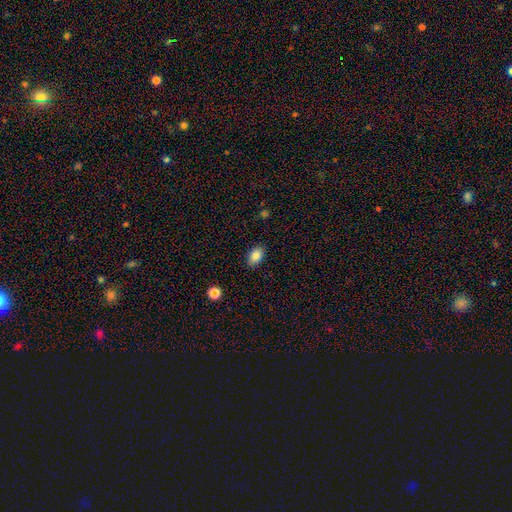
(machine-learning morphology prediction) Smooth or featured? Predicted: smooth (p=0.84). How rounded? Predicted: in between (p=0.88). Merging? Predicted: none (p=0.87).